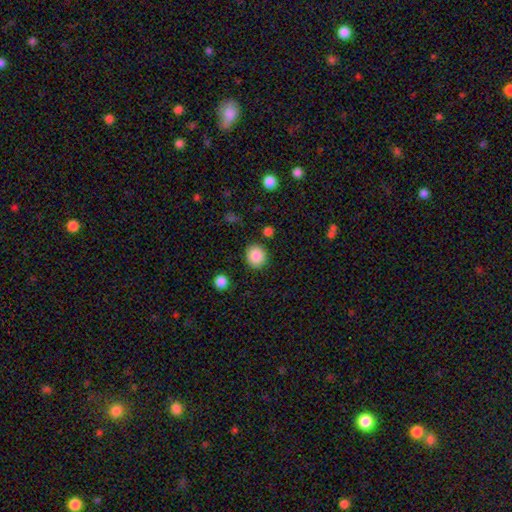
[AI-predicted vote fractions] Smooth or featured? smooth (87%)
How rounded? round (83%)
Merging? none (89%)